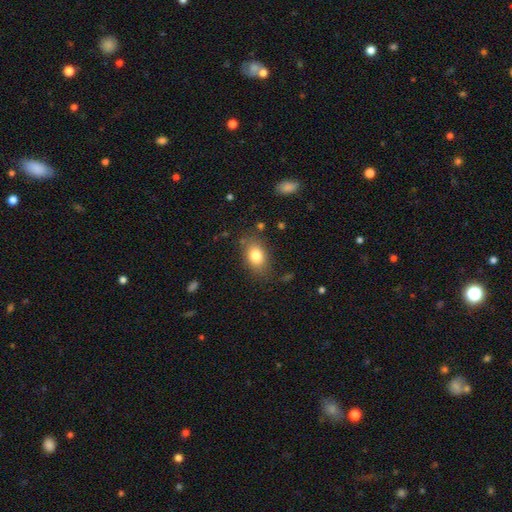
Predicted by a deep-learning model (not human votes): smooth 81%, featured or disk 11%, star or artifact 9%. Down the decision tree: how rounded — in between (80%); merging — none (78%).